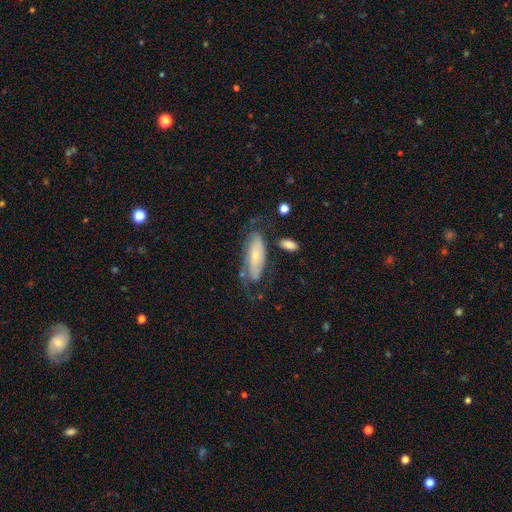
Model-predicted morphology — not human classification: A featured or disk galaxy (49%). Merging: none (51%).